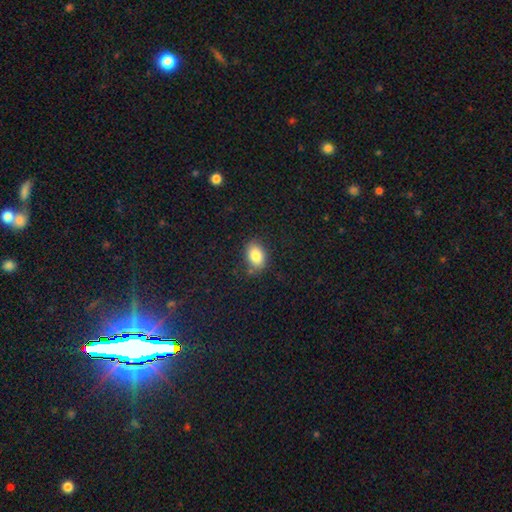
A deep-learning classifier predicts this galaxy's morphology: Smooth or featured? smooth (84%)
How rounded? in between (82%)
Merging? none (80%)